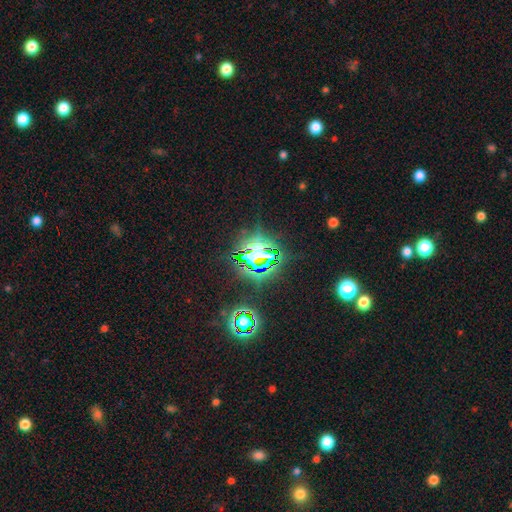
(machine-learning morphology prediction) Overall: star or artifact (77%).